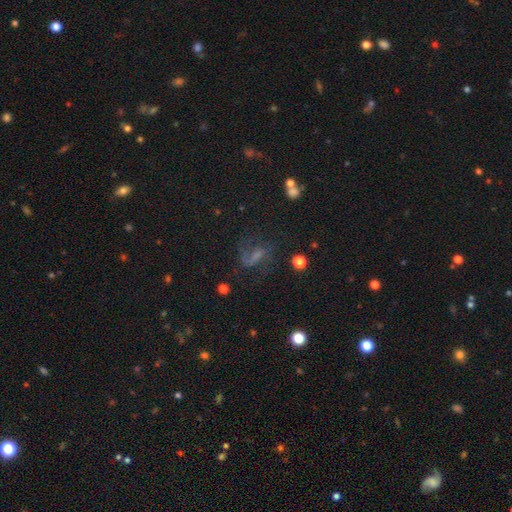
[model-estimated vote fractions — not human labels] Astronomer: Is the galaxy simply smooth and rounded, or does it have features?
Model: featured or disk — 45% (runner-up: smooth, 31%).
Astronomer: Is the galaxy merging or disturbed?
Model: none — 48% (runner-up: major disturbance, 28%).